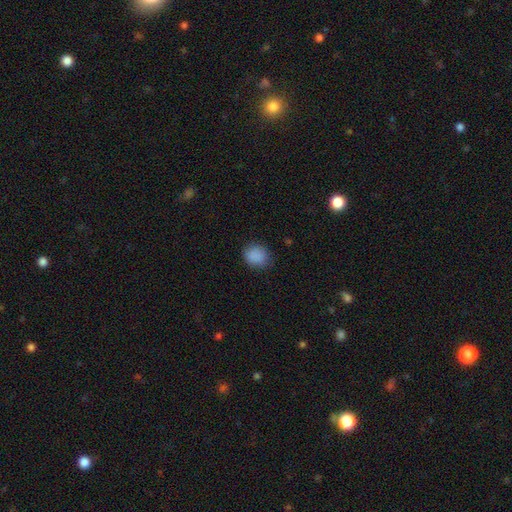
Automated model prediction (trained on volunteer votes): Overall: smooth (88%). How rounded: round (68%; in between 31%). Merging: none (83%).